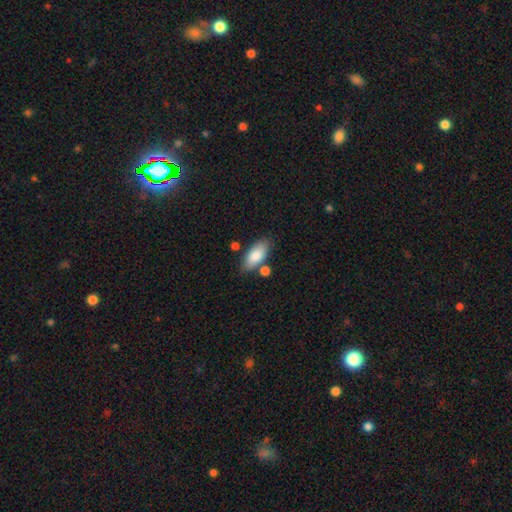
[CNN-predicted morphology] The model was most divided on "merging": none: 73%, minor disturbance: 14%, merger: 10%, major disturbance: 3%. More confident: how rounded — in between (87%); smooth or featured — smooth (84%).